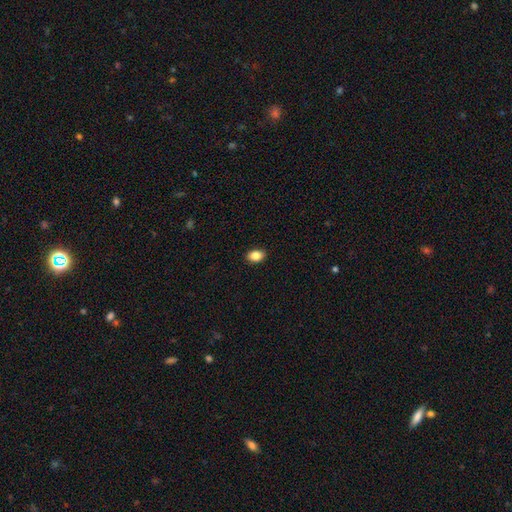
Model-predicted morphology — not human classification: Q: Smooth or featured?
A: smooth (86%); runner-up: star or artifact (8%)
Q: How rounded?
A: in between (79%); runner-up: round (19%)
Q: Merging?
A: none (90%); runner-up: minor disturbance (8%)